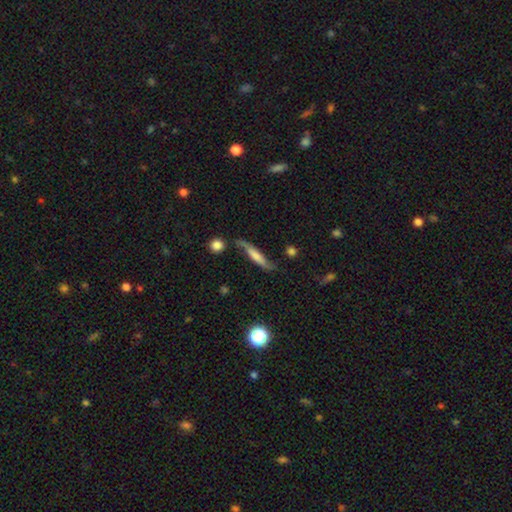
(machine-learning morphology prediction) The model was most divided on "smooth or featured": featured or disk: 52%, smooth: 40%, star or artifact: 8%. More confident: edge-on disk — yes (65%); merging — none (64%).